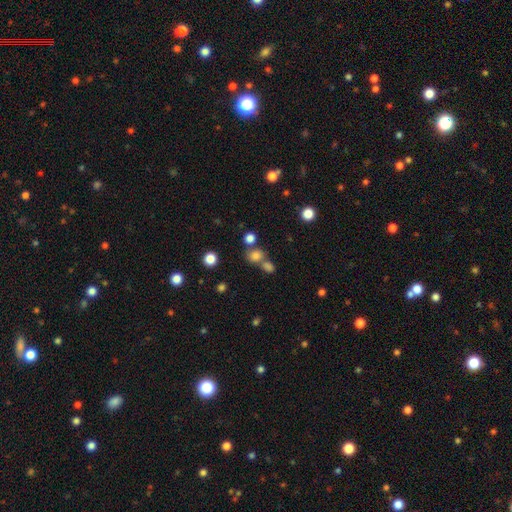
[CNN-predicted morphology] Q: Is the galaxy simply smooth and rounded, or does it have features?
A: smooth — 77%.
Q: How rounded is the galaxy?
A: round — 70%.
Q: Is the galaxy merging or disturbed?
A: none — 53%.